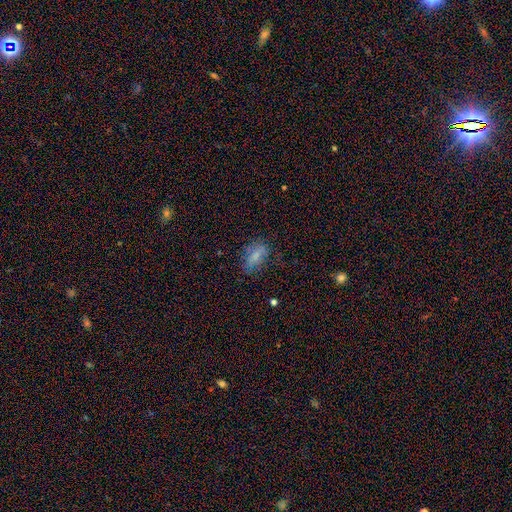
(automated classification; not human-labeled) This appears to be a smooth galaxy with no disk features (71%) that is in between round and cigar-shaped (85%). Merging: none (65%).